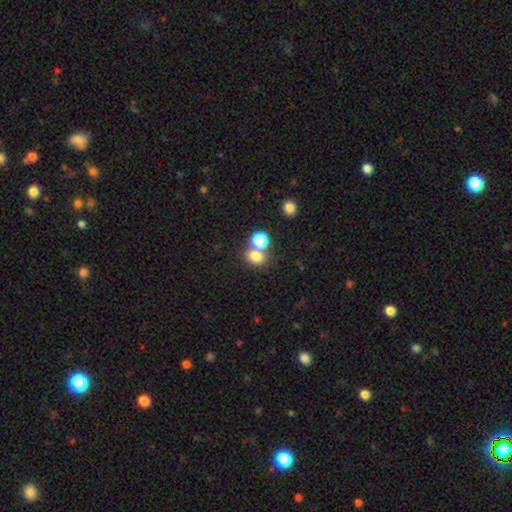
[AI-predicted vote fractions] This appears to be a smooth galaxy with no disk features (77%) that is round (65%). Merging: none (50%).